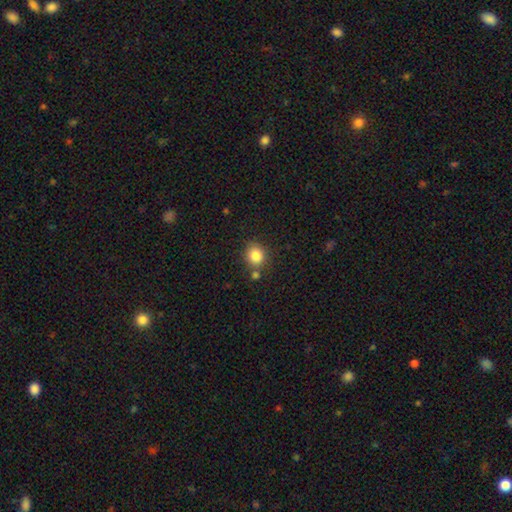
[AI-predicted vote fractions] smooth 83%, star or artifact 10%, featured or disk 6%. Down the decision tree: how rounded — round (77%); merging — none (73%).